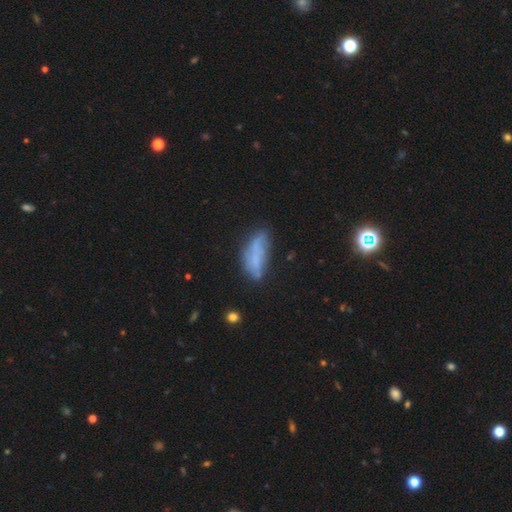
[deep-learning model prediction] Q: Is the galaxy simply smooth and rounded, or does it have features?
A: smooth — 60%.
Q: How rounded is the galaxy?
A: in between — 63%.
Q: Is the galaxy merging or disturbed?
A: none — 48%.